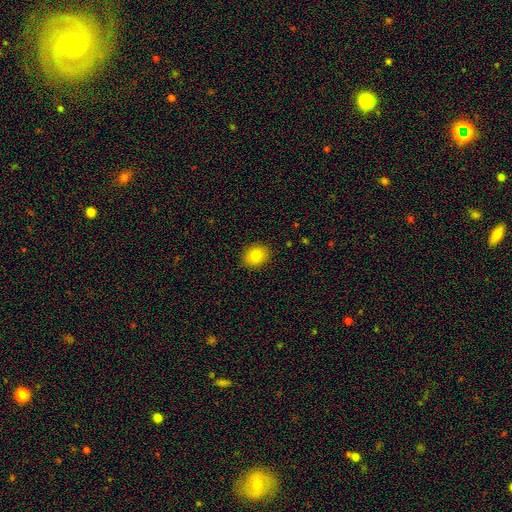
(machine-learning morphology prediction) Smooth or featured: smooth — 82% (star or artifact — 10%)
How rounded: round — 63% (in between — 36%)
Merging: none — 90% (minor disturbance — 7%)